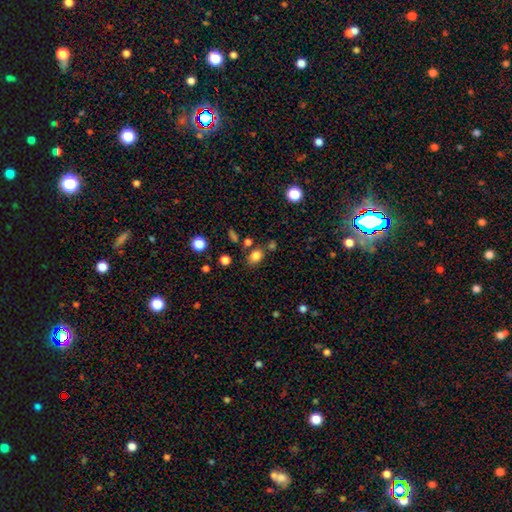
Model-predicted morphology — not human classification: smooth 81%, star or artifact 13%, featured or disk 6%. Down the decision tree: how rounded — in between (62%); merging — none (73%).